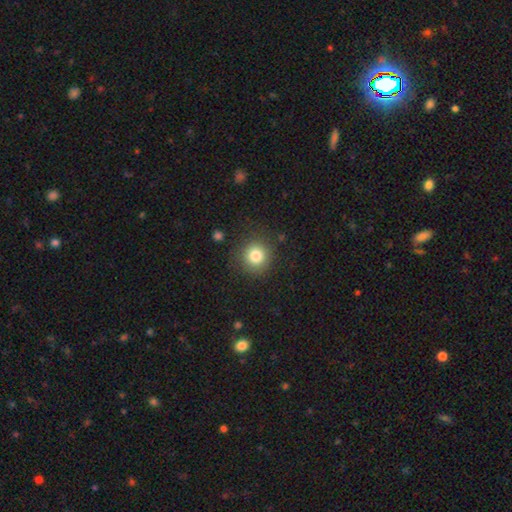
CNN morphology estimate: This is clearly a smooth galaxy (81%). How rounded: clearly round (92%). Merging: clearly none (86%).